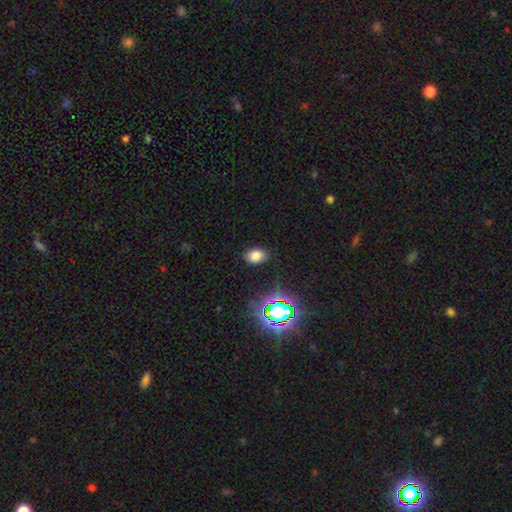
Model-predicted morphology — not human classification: A smooth galaxy with no disk features (75%) that is in between round and cigar-shaped (80%). Merging: none (85%).